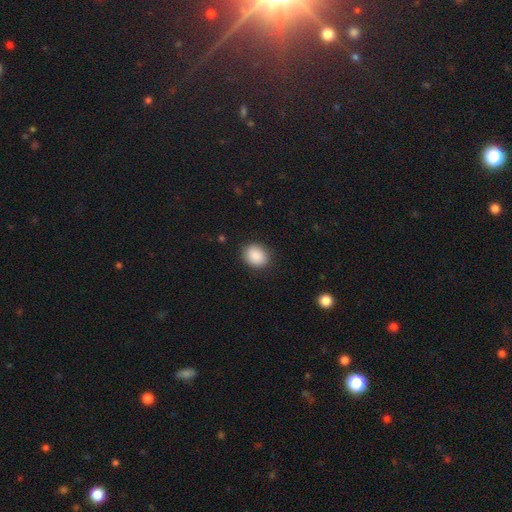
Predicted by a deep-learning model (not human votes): Q: Smooth or featured?
A: smooth (89%); runner-up: star or artifact (8%)
Q: How rounded?
A: round (53%); runner-up: in between (46%)
Q: Merging?
A: none (88%); runner-up: minor disturbance (8%)